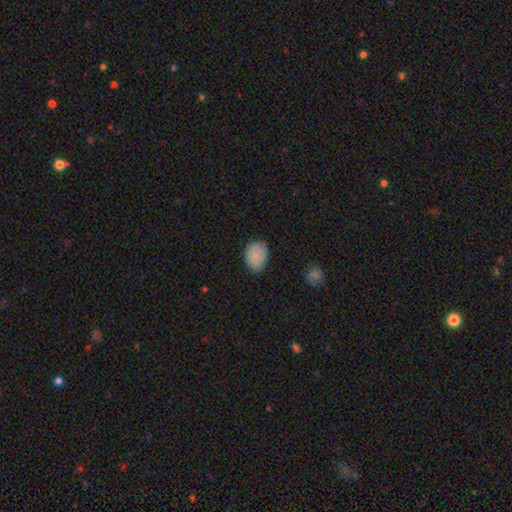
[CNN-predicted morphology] This appears to be a smooth galaxy with no disk features (85%) that is in between round and cigar-shaped (75%). Merging: none (76%).